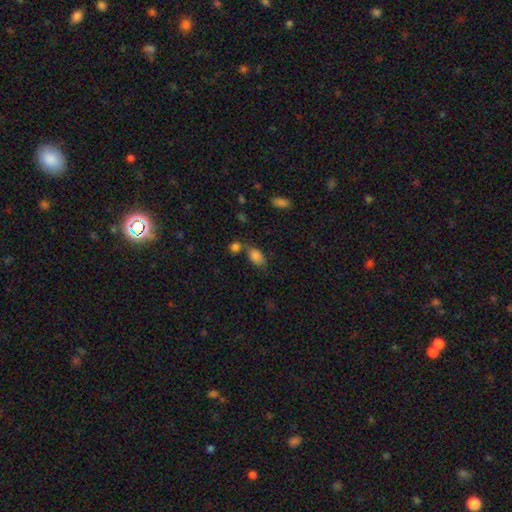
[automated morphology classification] smooth 85%, star or artifact 10%, featured or disk 6%. Down the decision tree: how rounded — in between (88%); merging — none (52%).